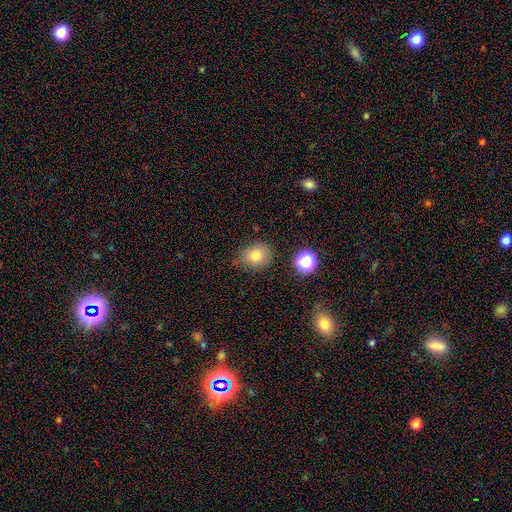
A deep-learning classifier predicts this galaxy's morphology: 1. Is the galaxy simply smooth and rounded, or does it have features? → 79% smooth, 12% star or artifact, 9% featured or disk.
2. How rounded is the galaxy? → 71% round, 28% in between, 1% cigar-shaped.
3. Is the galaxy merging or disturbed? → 79% none, 15% minor disturbance, 3% major disturbance, 3% merger.